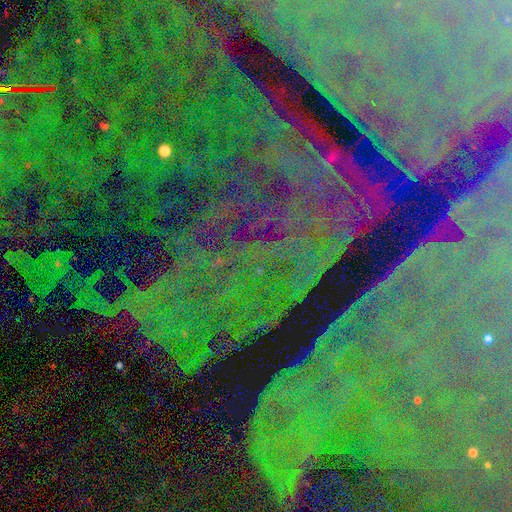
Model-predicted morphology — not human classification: This is clearly a star or artifact rather than a galaxy (87%).